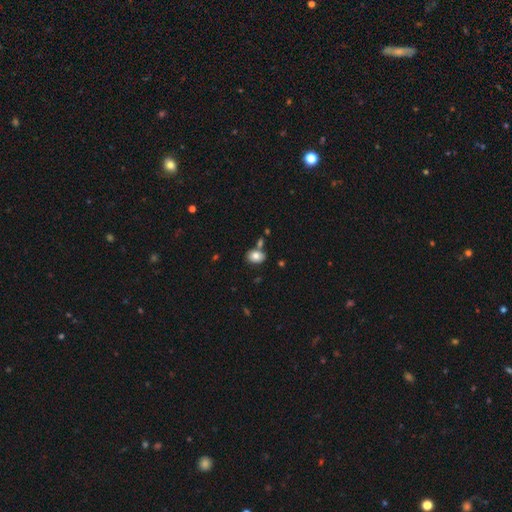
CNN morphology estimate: type=smooth (80%); roundness=in between (75%); merging=none (69%).